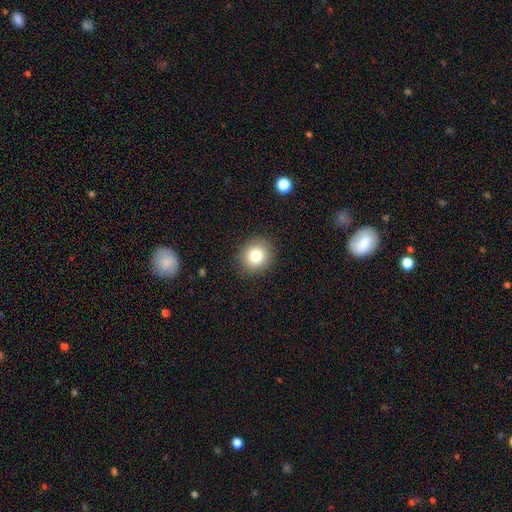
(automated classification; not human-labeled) smooth_or_featured: smooth (p=0.81) [alt: star or artifact p=0.11]
how_rounded: round (p=0.83) [alt: in between p=0.17]
merging: none (p=0.90) [alt: minor disturbance p=0.07]